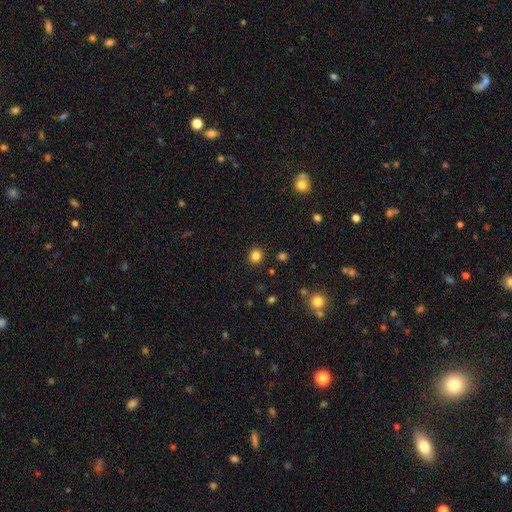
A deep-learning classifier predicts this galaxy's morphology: The model was most divided on "smooth or featured": smooth: 82%, star or artifact: 13%, featured or disk: 5%. More confident: how rounded — round (91%); merging — none (91%).